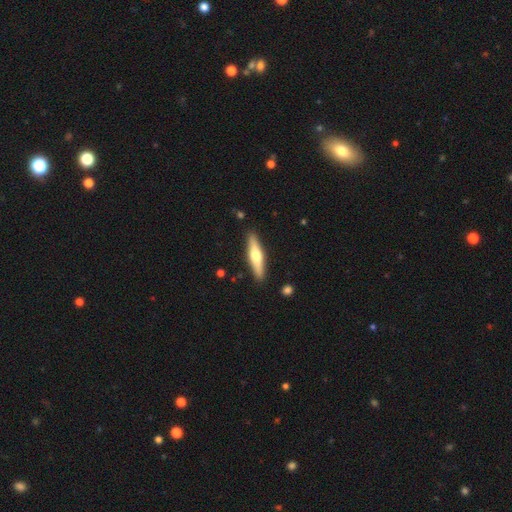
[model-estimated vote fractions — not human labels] featured or disk 50%, smooth 45%, star or artifact 5%. Down the decision tree: merging — none (90%).